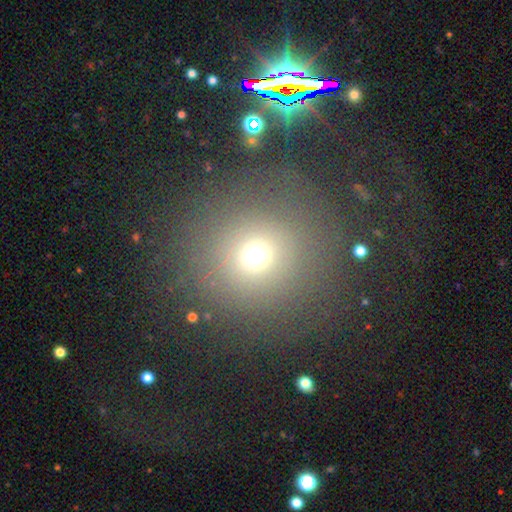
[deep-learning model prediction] A smooth galaxy with no disk features (68%) that is round (91%). Merging: none (77%).